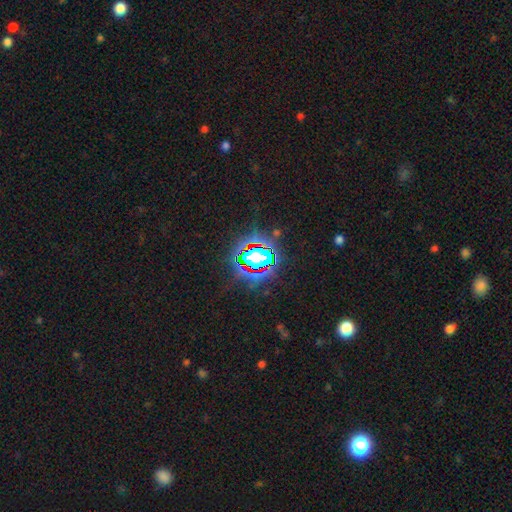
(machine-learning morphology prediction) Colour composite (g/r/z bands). It shows a star or artifact, not a galaxy (70%).